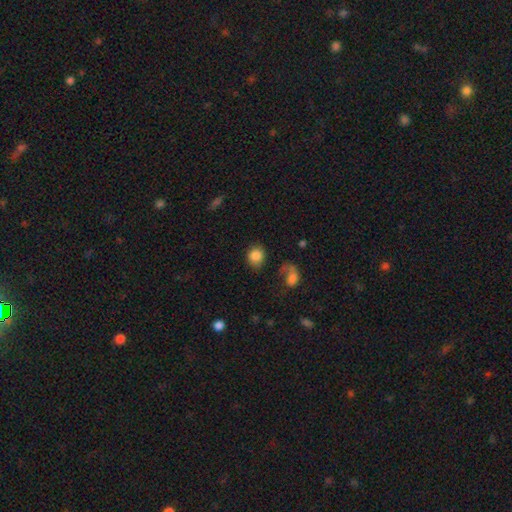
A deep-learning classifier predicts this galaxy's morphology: Smooth or featured?
  - smooth: 84% *
  - star or artifact: 9%
  - featured or disk: 7%
How rounded?
  - round: 70% *
  - in between: 29%
  - cigar-shaped: 1%
Merging?
  - none: 66% *
  - minor disturbance: 17%
  - major disturbance: 11%
  - merger: 5%